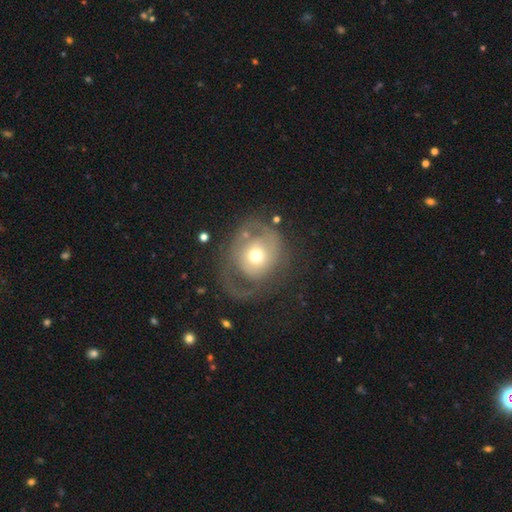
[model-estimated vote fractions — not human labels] smooth-or-featured: featured or disk: 61% | smooth: 31% | star or artifact: 8%
  disk-edge-on: no: 96% | yes: 4%
    bar: no: 80% | weak: 15% | strong: 4%
    has-spiral-arms: yes: 59% | no: 41%
    bulge-size: moderate: 63% | small: 27% | large: 8% | dominant: 1% | none: 1%
  merging: none: 48% | major disturbance: 29% | minor disturbance: 20% | merger: 3%